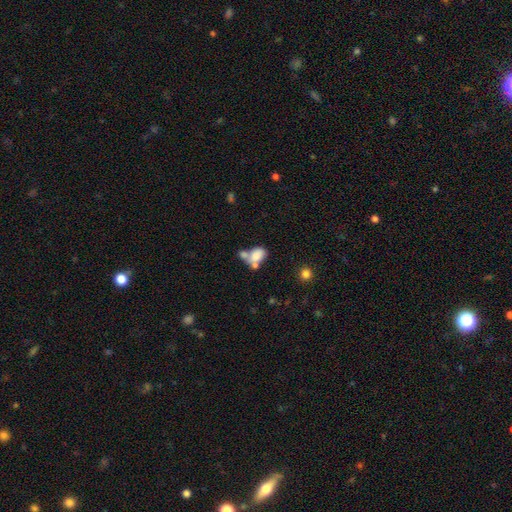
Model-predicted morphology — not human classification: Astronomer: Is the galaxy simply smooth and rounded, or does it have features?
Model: smooth — 73%.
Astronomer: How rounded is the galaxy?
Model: in between — 80%.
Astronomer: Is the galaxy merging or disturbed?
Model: merger — 55%.